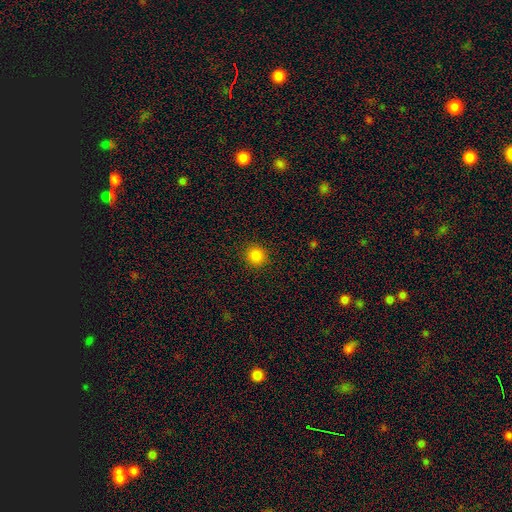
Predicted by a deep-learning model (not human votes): Smooth or featured: smooth — 84% (star or artifact — 12%)
How rounded: round — 91% (in between — 8%)
Merging: none — 91% (minor disturbance — 5%)